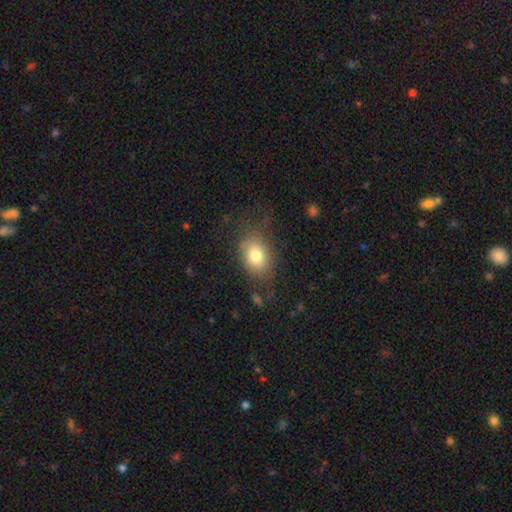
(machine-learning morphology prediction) Smooth or featured? smooth (76%)
How rounded? in between (65%)
Merging? none (64%)